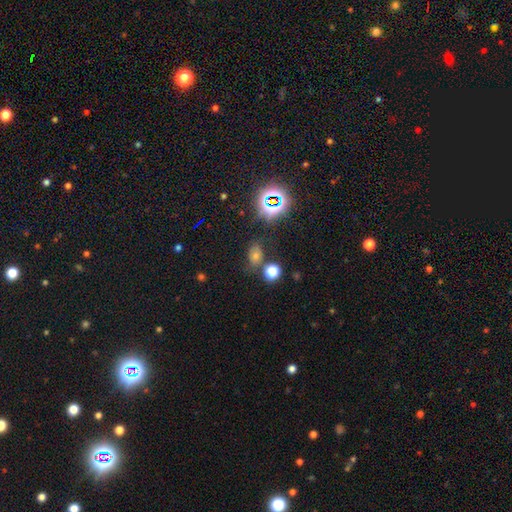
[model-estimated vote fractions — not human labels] smooth-or-featured: star or artifact: 46% | smooth: 40% | featured or disk: 14%